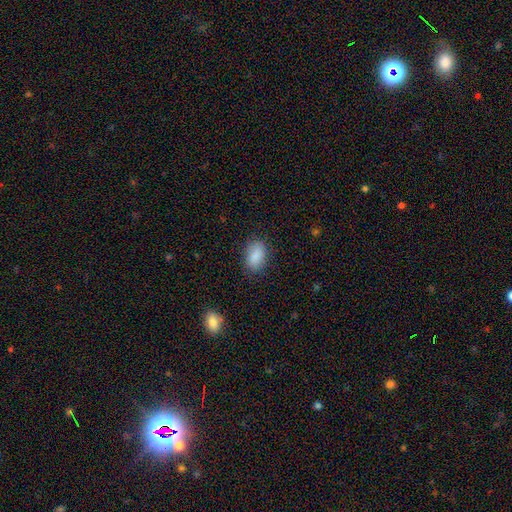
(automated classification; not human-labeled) Morphology: type=smooth (88%); roundness=in between (90%); merging=none (81%).